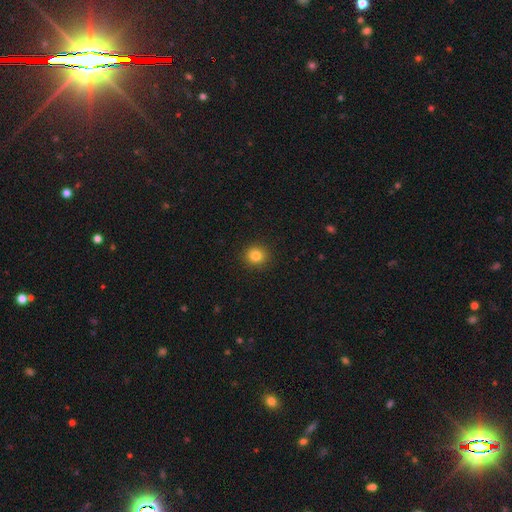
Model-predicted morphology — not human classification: smooth_or_featured: smooth (p=0.83) [alt: star or artifact p=0.12]
how_rounded: round (p=0.90) [alt: in between p=0.09]
merging: none (p=0.92) [alt: minor disturbance p=0.06]